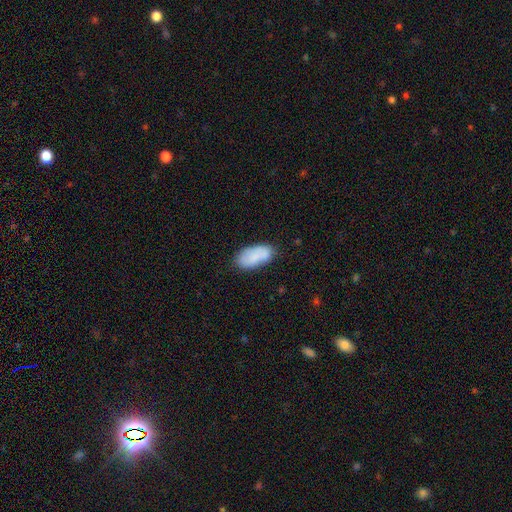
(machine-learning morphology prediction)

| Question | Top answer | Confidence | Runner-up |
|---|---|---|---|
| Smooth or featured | smooth | 79% | featured or disk (14%) |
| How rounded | in between | 93% | cigar-shaped (4%) |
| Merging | none | 70% | minor disturbance (21%) |